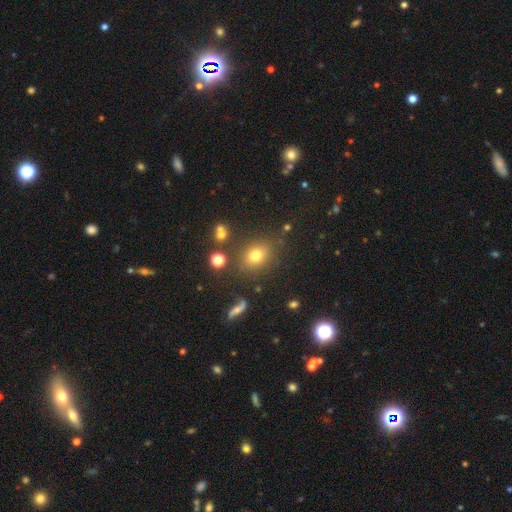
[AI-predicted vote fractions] Smooth or featured?
  - smooth: 73% *
  - star or artifact: 16%
  - featured or disk: 11%
How rounded?
  - in between: 49% * (tied)
  - round: 49% * (tied)
  - cigar-shaped: 2%
Merging?
  - none: 79% *
  - minor disturbance: 11%
  - merger: 5%
  - major disturbance: 4%